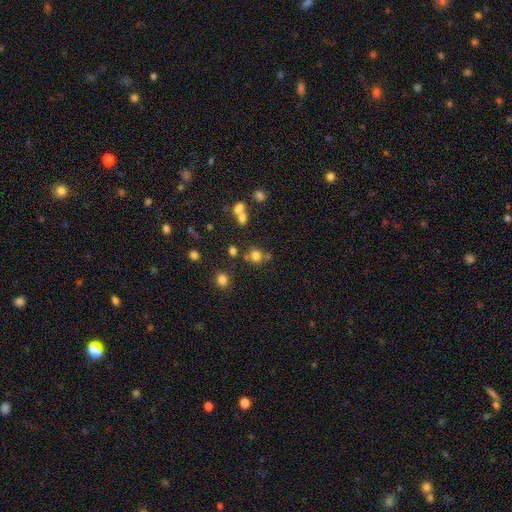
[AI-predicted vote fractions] This is likely a smooth galaxy (75%). How rounded: clearly round (83%). Merging: likely none (63%).